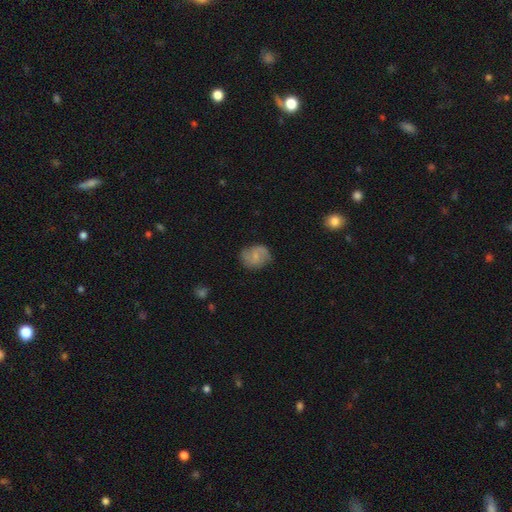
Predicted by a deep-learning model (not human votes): Overall: smooth (48%; featured or disk 44%). Merging: none (72%).